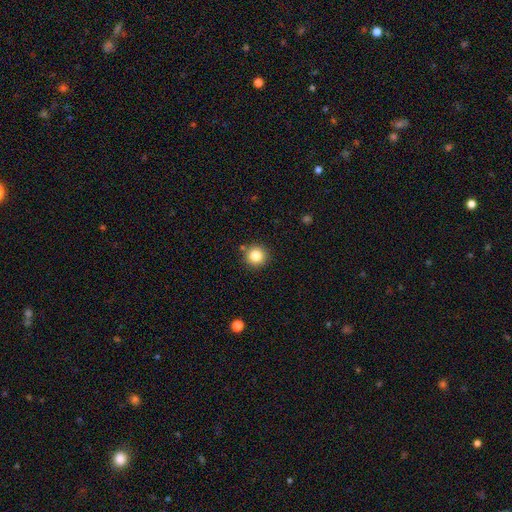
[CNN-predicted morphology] Smooth or featured? Predicted: smooth (p=0.83). How rounded? Predicted: round (p=0.95). Merging? Predicted: none (p=0.87).